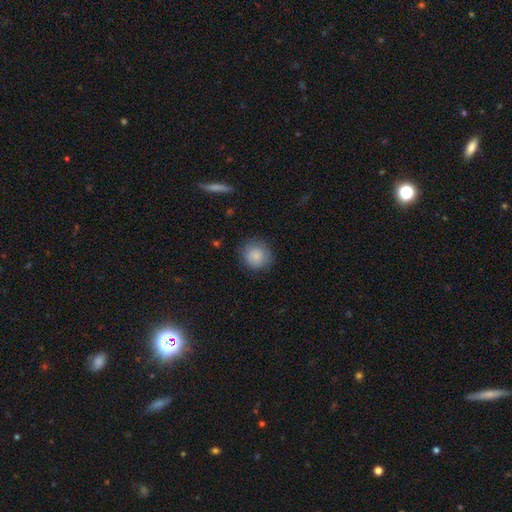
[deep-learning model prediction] A smooth galaxy with no disk features (86%) that is round (92%).

Vote fractions:
- Smooth or featured? smooth: 86% / star or artifact: 8% / featured or disk: 6%
- How rounded? round: 92% / in between: 7% / cigar-shaped: 1%
- Merging? none: 84% / minor disturbance: 12% / major disturbance: 3% / merger: 1%